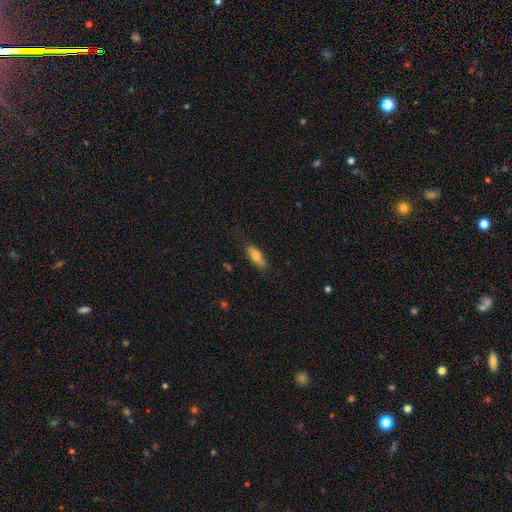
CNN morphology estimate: A smooth galaxy with no disk features (71%) that is in between round and cigar-shaped (73%).

Vote fractions:
- Smooth or featured? smooth: 71% / featured or disk: 22% / star or artifact: 7%
- How rounded? in between: 73% / cigar-shaped: 25% / round: 3%
- Merging? none: 77% / minor disturbance: 18% / major disturbance: 4% / merger: 1%